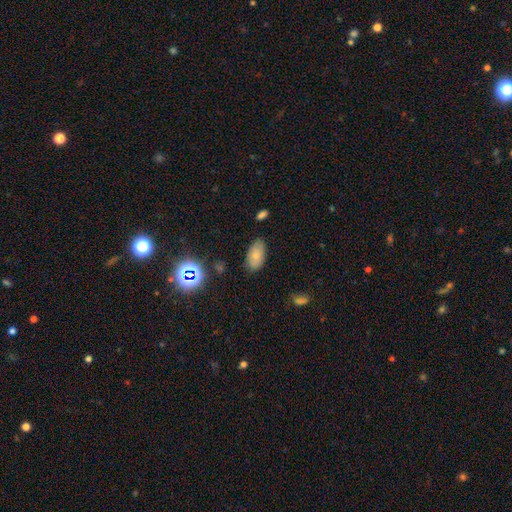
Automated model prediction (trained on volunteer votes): This is likely a smooth galaxy (75%). How rounded: clearly in between (93%). Merging: likely none (79%).